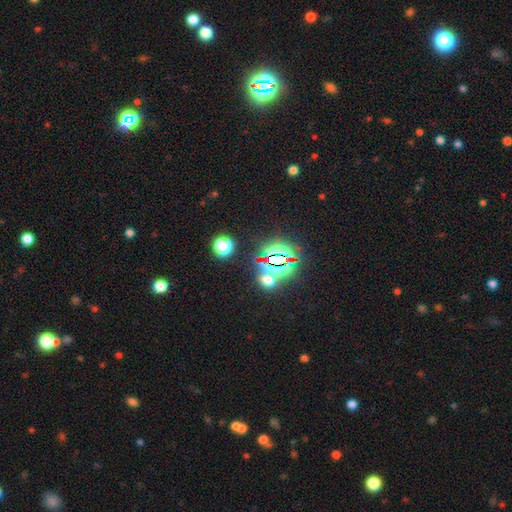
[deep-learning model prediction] Smooth or featured?
  - star or artifact: 77% *
  - smooth: 15%
  - featured or disk: 8%